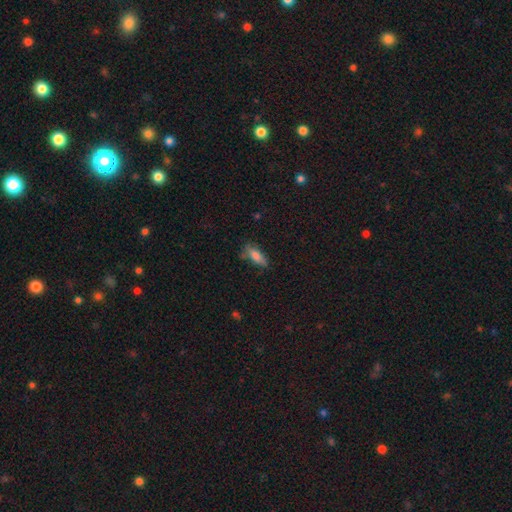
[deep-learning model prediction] smooth 75%, featured or disk 17%, star or artifact 8%. Down the decision tree: how rounded — in between (63%); merging — none (62%).